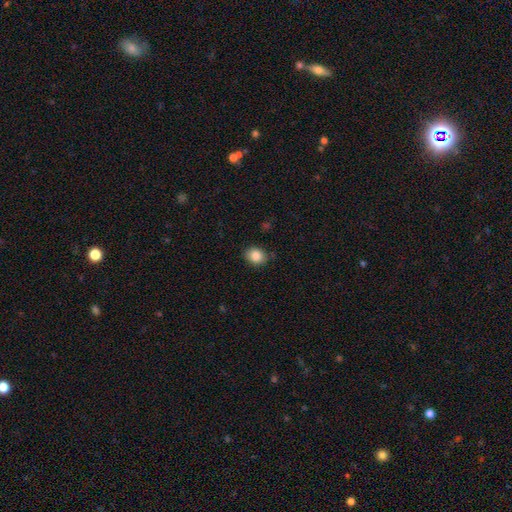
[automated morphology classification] The model was most divided on "how rounded": round: 57%, in between: 42%, cigar-shaped: 1%. More confident: smooth or featured — smooth (86%); merging — none (84%).